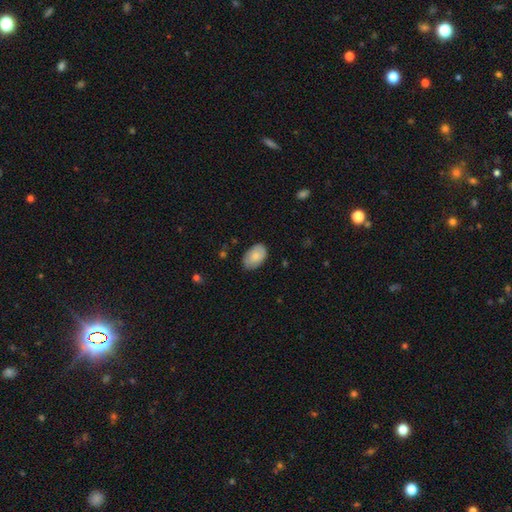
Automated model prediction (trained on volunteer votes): The model was most divided on "merging": none: 77%, minor disturbance: 18%, major disturbance: 3%, merger: 1%. More confident: how rounded — in between (91%); smooth or featured — smooth (84%).